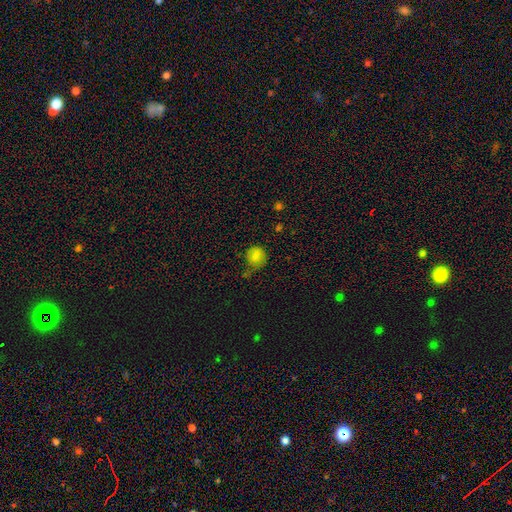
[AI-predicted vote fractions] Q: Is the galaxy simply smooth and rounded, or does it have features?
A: smooth — 77%.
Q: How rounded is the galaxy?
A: round — 76%.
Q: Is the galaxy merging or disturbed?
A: none — 54%.